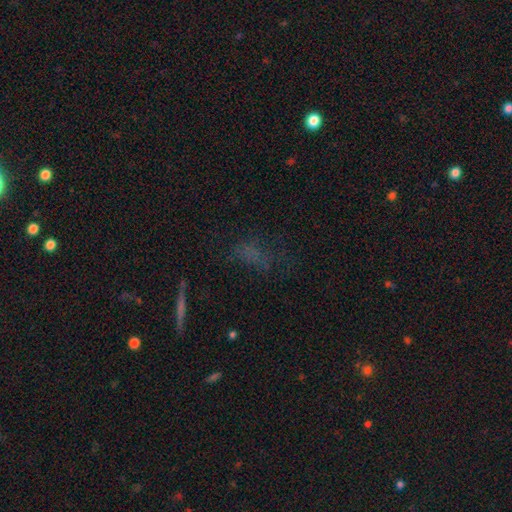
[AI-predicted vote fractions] Smooth or featured? smooth (46%)
Merging? none (57%)